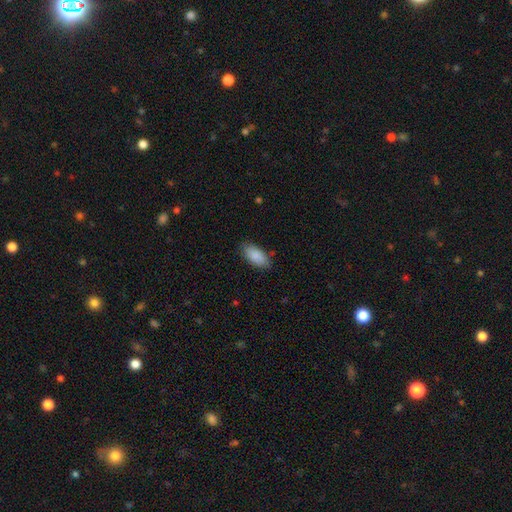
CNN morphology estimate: smooth 89%, star or artifact 6%, featured or disk 5%. Down the decision tree: how rounded — in between (92%); merging — none (83%).